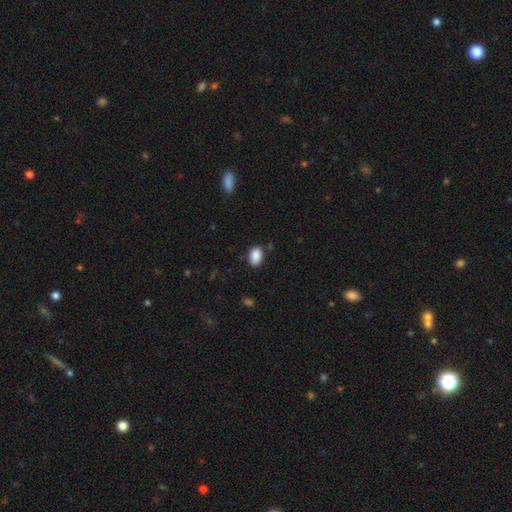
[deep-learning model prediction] Smooth or featured: smooth — 89% (star or artifact — 8%)
How rounded: in between — 87% (round — 11%)
Merging: none — 83% (minor disturbance — 12%)